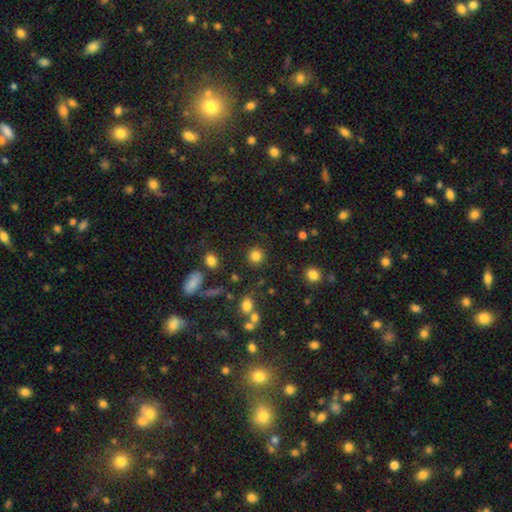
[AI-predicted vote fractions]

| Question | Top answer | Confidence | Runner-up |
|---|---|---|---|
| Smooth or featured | smooth | 83% | star or artifact (12%) |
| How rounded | round | 91% | in between (8%) |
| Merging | none | 87% | minor disturbance (7%) |